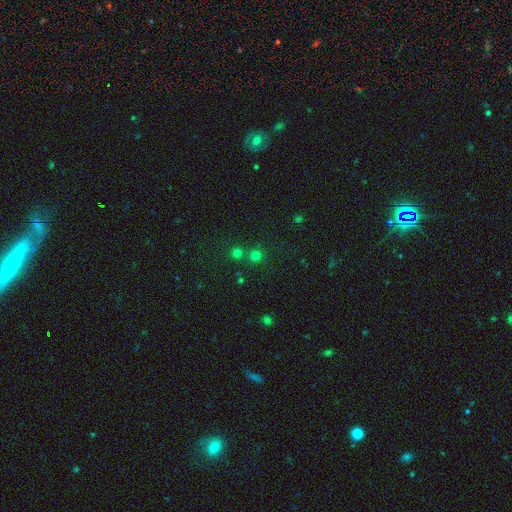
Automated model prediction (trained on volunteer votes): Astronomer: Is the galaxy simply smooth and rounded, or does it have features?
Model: smooth — 69%.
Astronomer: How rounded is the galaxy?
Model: round — 93%.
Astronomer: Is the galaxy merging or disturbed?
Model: none — 72%.